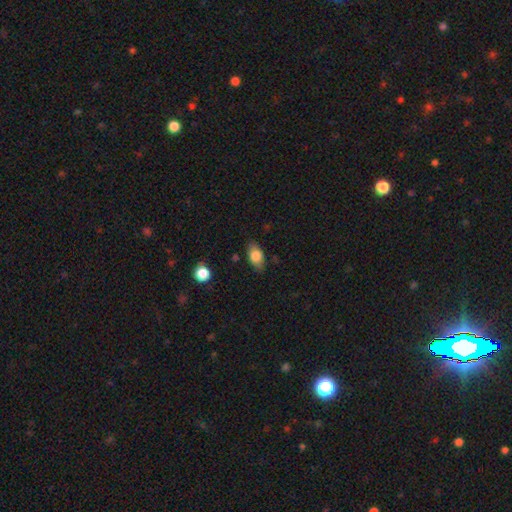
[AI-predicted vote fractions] The model was most divided on "smooth or featured": smooth: 78%, featured or disk: 15%, star or artifact: 8%. More confident: how rounded — in between (89%); merging — none (81%).